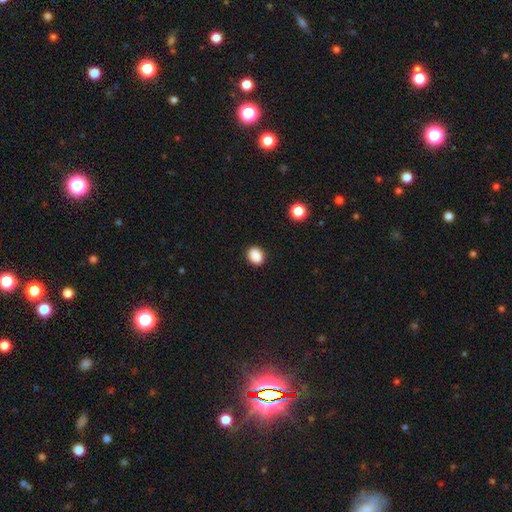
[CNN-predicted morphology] Smooth or featured? Predicted: smooth (p=0.88). How rounded? Predicted: round (p=0.58). Merging? Predicted: none (p=0.91).